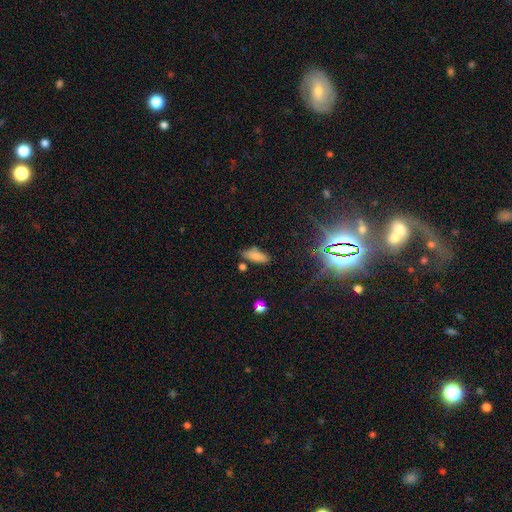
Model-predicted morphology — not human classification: type=smooth (78%); roundness=in between (67%); merging=none (73%).